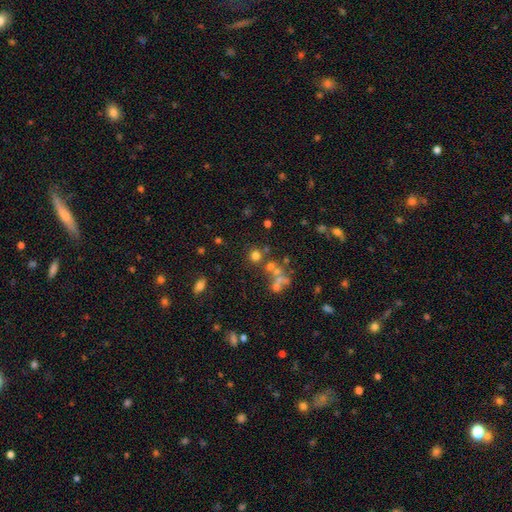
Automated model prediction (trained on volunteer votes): This appears to be a smooth galaxy with no disk features (67%) that is round (87%). Merging: none (65%).